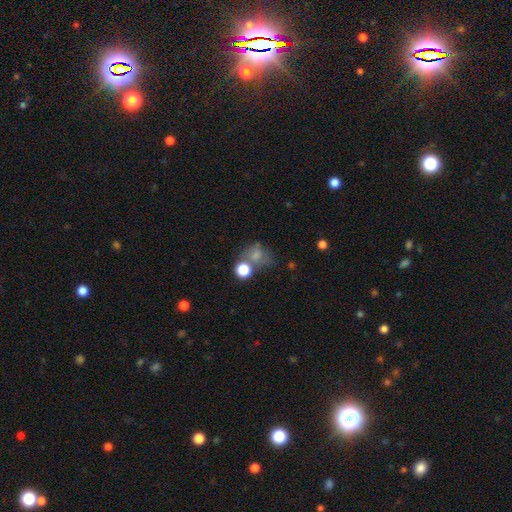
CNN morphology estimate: Overall: smooth (67%). How rounded: round (58%; in between 41%). Merging: none (37%; merger 29%).